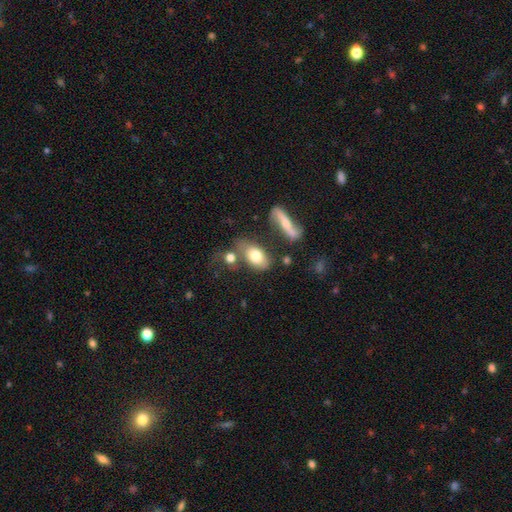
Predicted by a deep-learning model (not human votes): Smooth or featured? smooth (73%)
How rounded? in between (86%)
Merging? none (51%)